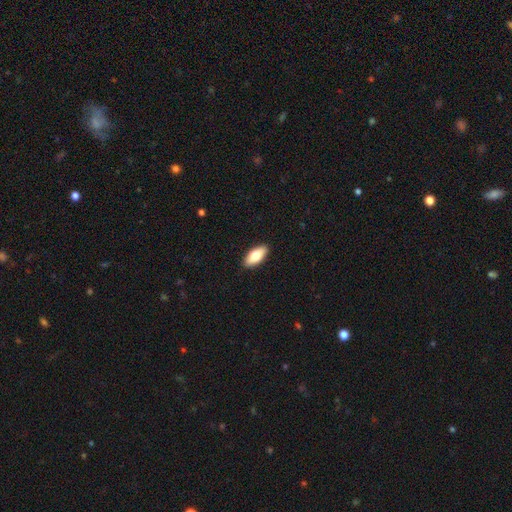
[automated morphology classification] The model was most divided on "smooth or featured": smooth: 77%, featured or disk: 17%, star or artifact: 6%. More confident: merging — none (91%); how rounded — in between (86%).